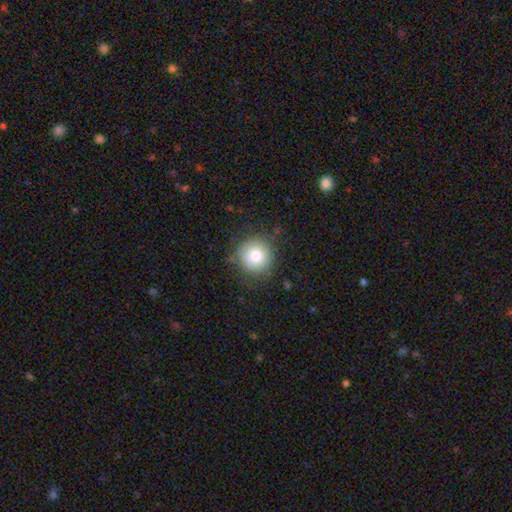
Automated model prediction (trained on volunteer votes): smooth 77%, featured or disk 13%, star or artifact 10%. Down the decision tree: how rounded — round (94%); merging — none (83%).